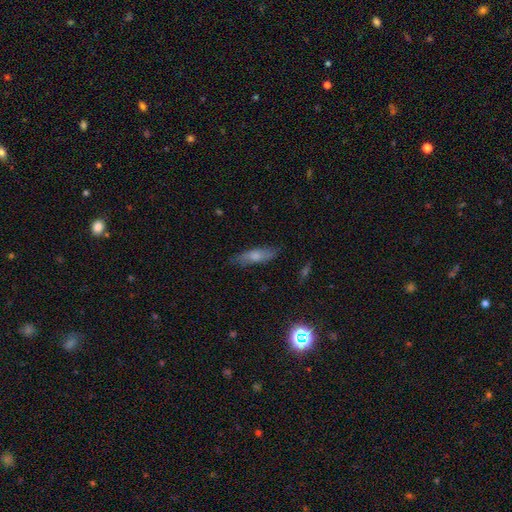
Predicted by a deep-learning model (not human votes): A smooth galaxy with no disk features (64%) that is cigar-shaped (63%). Merging: none (80%).